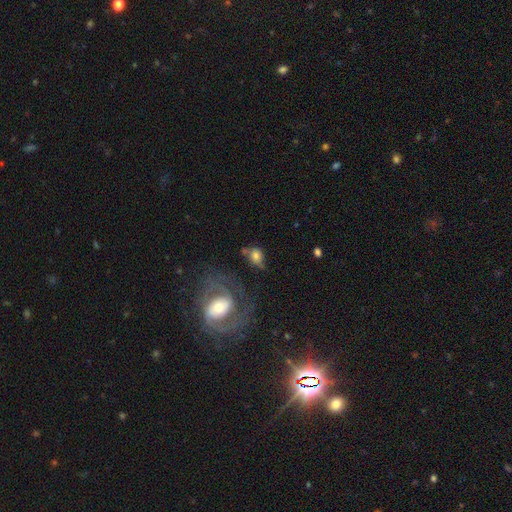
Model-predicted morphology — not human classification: Smooth or featured? Predicted: smooth (p=0.58). How rounded? Predicted: in between (p=0.55). Merging? Predicted: none (p=0.44).